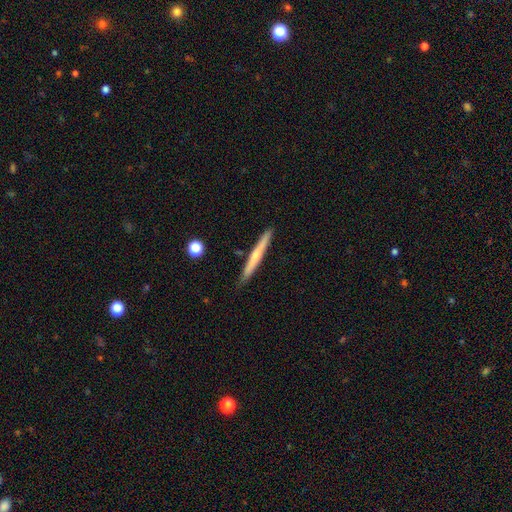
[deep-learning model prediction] Smooth or featured: featured or disk — 50% (smooth — 44%)
Edge-on disk: yes — 96% (no — 4%)
Merging: none — 88% (minor disturbance — 9%)